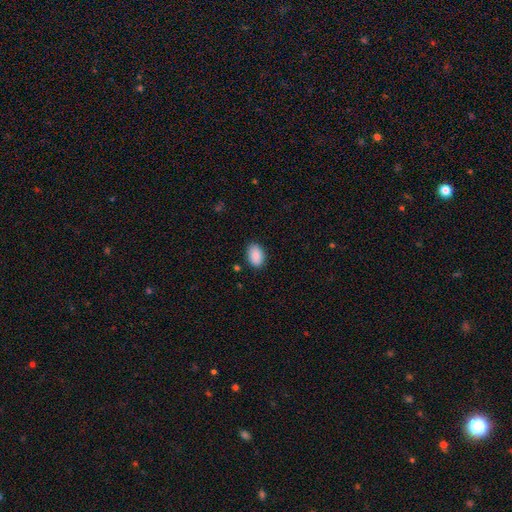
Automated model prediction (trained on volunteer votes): smooth-or-featured: smooth: 90% | star or artifact: 7% | featured or disk: 3%
  how-rounded: in between: 87% | round: 12% | cigar-shaped: 1%
  merging: none: 85% | minor disturbance: 11% | major disturbance: 3% | merger: 1%